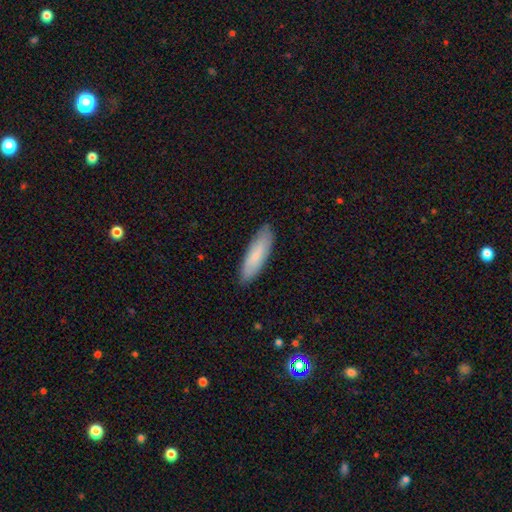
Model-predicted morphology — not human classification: Smooth or featured? smooth (78%)
How rounded? cigar-shaped (59%)
Merging? none (87%)